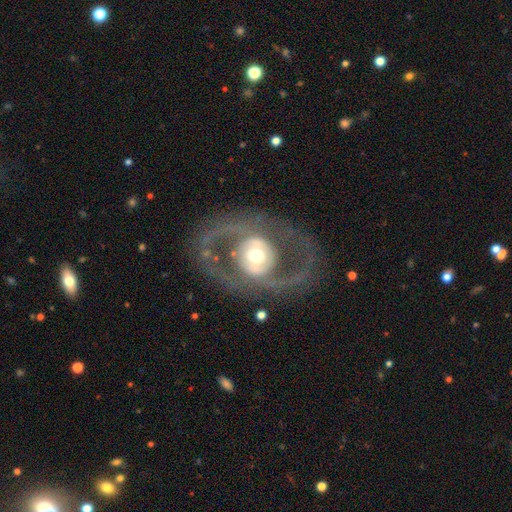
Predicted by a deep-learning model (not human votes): Q: Smooth or featured?
A: featured or disk (78%); runner-up: smooth (16%)
Q: Edge-on disk?
A: no (95%); runner-up: yes (5%)
Q: Bar?
A: no (62%); runner-up: weak (24%)
Q: Spiral arms?
A: yes (60%); runner-up: no (40%)
Q: Bulge size?
A: moderate (57%); runner-up: large (30%)
Q: Merging?
A: none (68%); runner-up: major disturbance (18%)